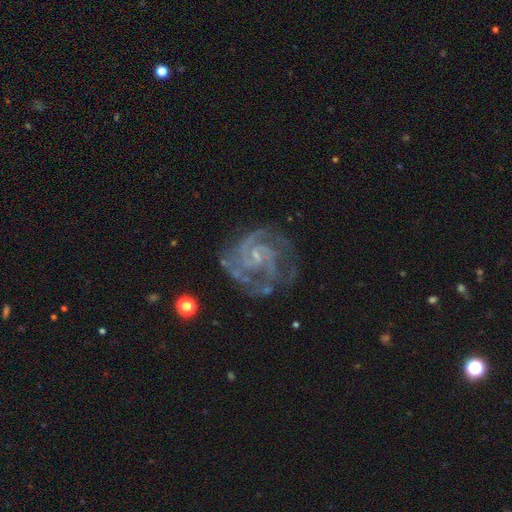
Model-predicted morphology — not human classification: type=featured or disk (89%); edge-on=no (98%); bar=no (46%); spiral arms=yes (96%); winding=tight (51%); arm count=2 (36%); bulge=small (66%); merging=none (63%).